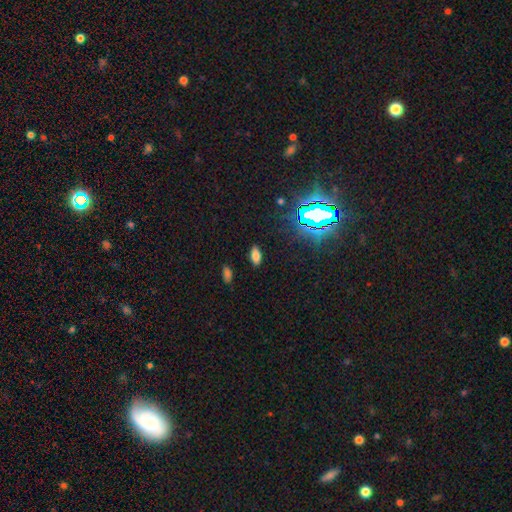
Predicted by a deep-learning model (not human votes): This appears to be a smooth galaxy with no disk features (73%) that is in between round and cigar-shaped (87%). Merging: none (88%).